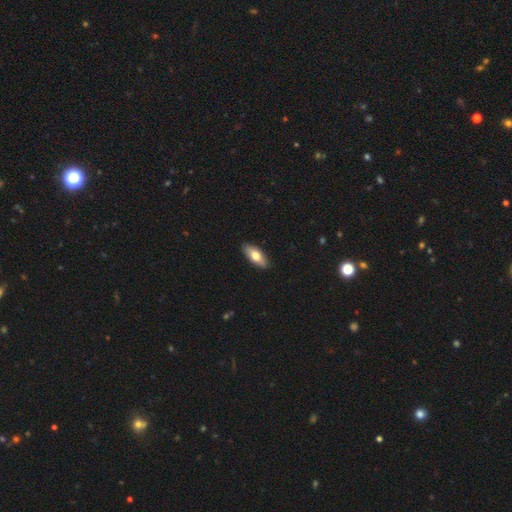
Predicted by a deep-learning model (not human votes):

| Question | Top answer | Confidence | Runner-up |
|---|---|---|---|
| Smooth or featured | smooth | 70% | featured or disk (24%) |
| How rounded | in between | 84% | cigar-shaped (14%) |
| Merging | none | 90% | minor disturbance (8%) |